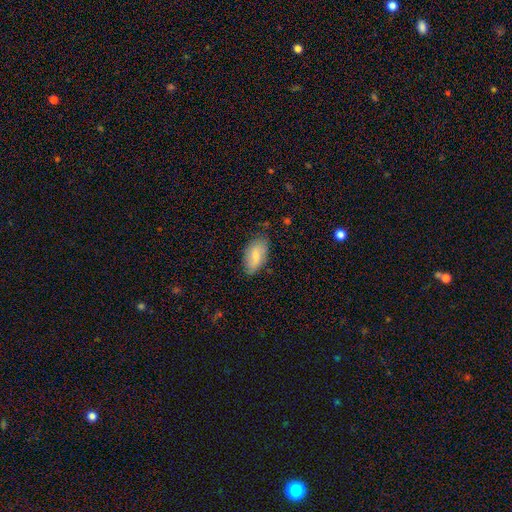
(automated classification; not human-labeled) Smooth or featured? Predicted: smooth (p=0.73). How rounded? Predicted: in between (p=0.93). Merging? Predicted: none (p=0.73).